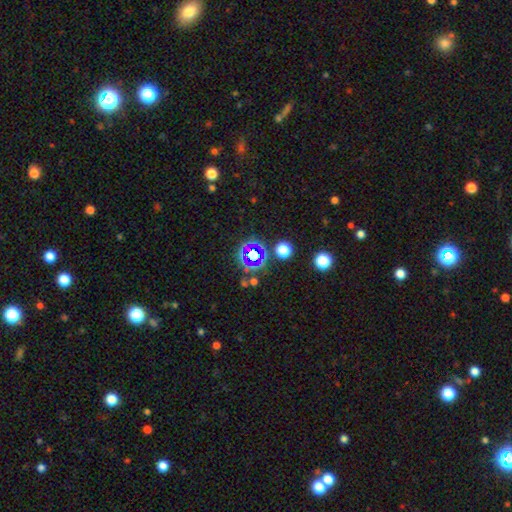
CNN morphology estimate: Smooth or featured?
  - star or artifact: 61% *
  - smooth: 27%
  - featured or disk: 12%